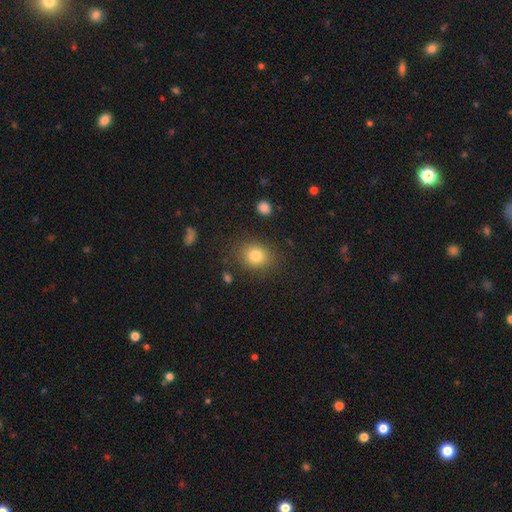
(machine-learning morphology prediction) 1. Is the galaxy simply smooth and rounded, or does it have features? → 81% smooth, 11% star or artifact, 8% featured or disk.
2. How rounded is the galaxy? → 64% round, 35% in between, 1% cigar-shaped.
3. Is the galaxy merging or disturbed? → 84% none, 10% minor disturbance, 4% major disturbance, 2% merger.